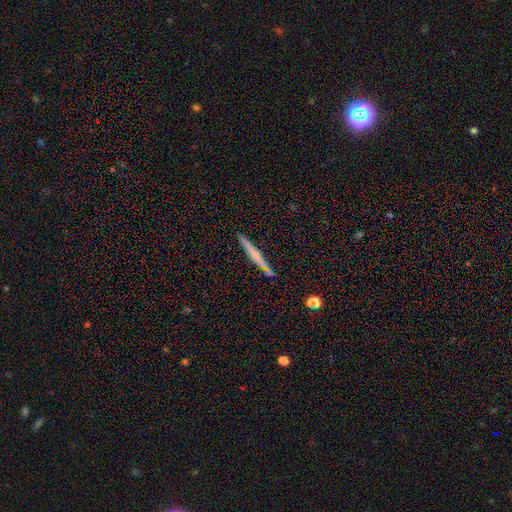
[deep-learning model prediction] featured or disk 48%, smooth 45%, star or artifact 8%. Down the decision tree: merging — none (85%).